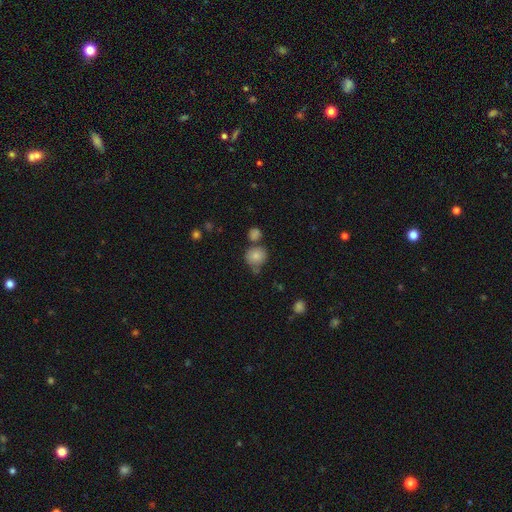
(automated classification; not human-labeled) The model was most divided on "merging": none: 64%, merger: 16%, minor disturbance: 16%, major disturbance: 5%. More confident: how rounded — round (84%); smooth or featured — smooth (76%).